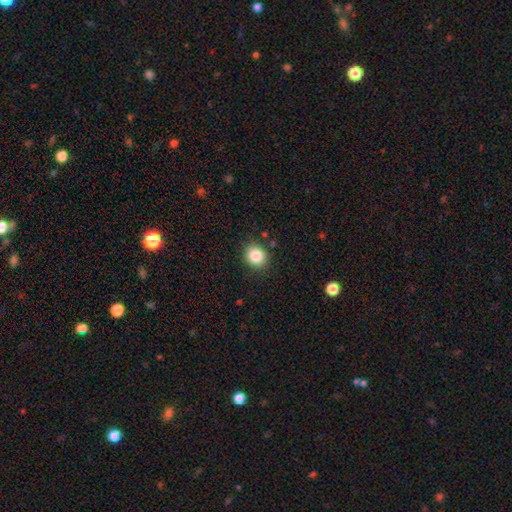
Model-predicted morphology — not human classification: Smooth or featured? smooth (85%)
How rounded? round (78%)
Merging? none (87%)